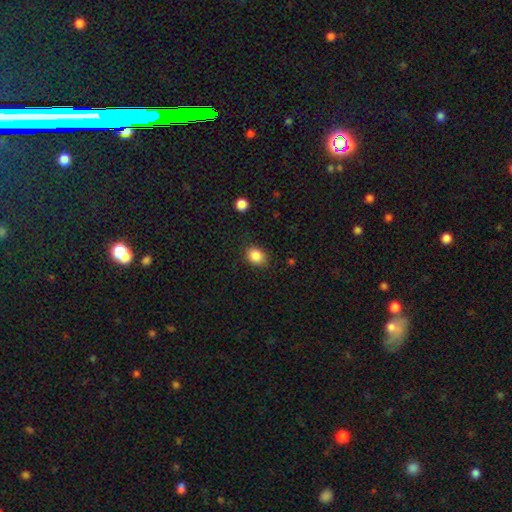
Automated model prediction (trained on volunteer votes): This appears to be a smooth galaxy with no disk features (86%) that is in between round and cigar-shaped (56%). Merging: none (84%).